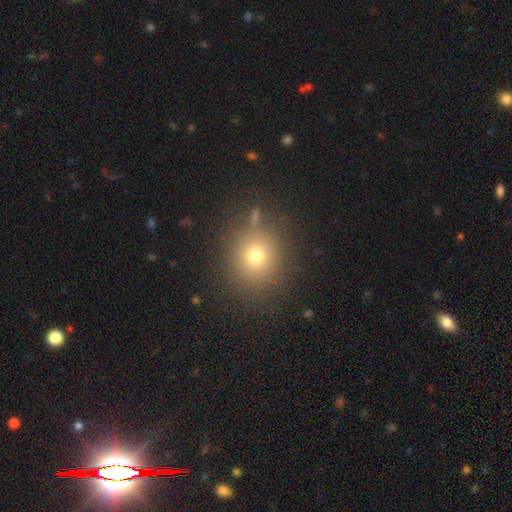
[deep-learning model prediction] smooth 73%, star or artifact 17%, featured or disk 10%. Down the decision tree: how rounded — round (82%); merging — none (82%).